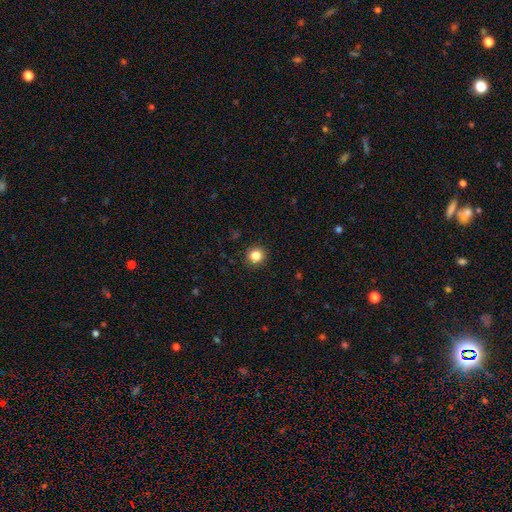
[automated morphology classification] smooth-or-featured: smooth: 84% | star or artifact: 11% | featured or disk: 5%
  how-rounded: round: 93% | in between: 6% | cigar-shaped: 1%
  merging: none: 92% | minor disturbance: 5% | major disturbance: 2% | merger: 1%